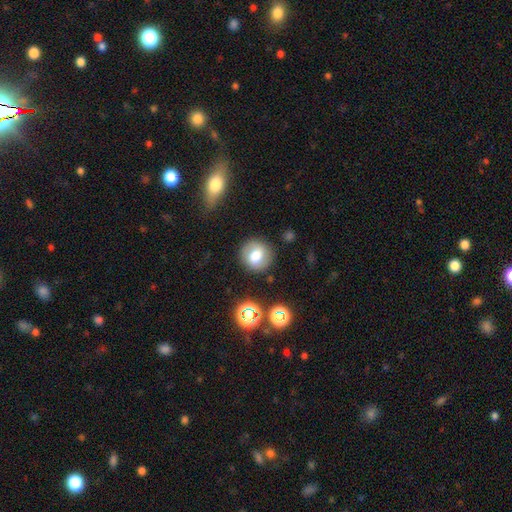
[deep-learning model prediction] Smooth or featured? smooth (66%)
How rounded? round (83%)
Merging? none (84%)